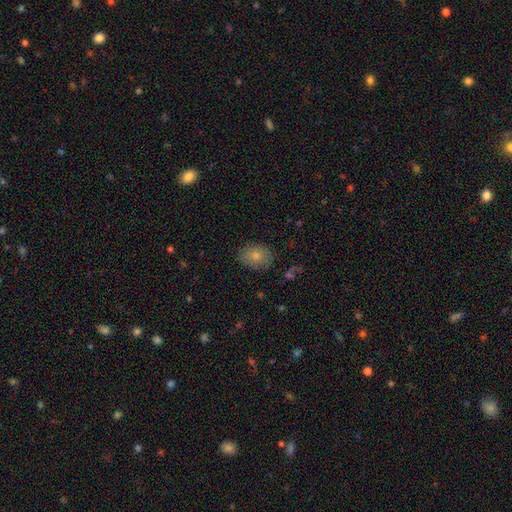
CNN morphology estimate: smooth-or-featured: smooth: 80% | featured or disk: 12% | star or artifact: 8%
  how-rounded: in between: 70% | round: 29% | cigar-shaped: 1%
  merging: none: 83% | minor disturbance: 13% | major disturbance: 3% | merger: 1%